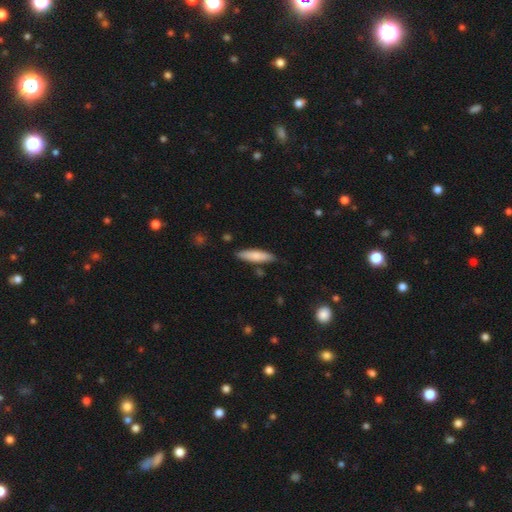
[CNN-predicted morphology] A smooth galaxy with no disk features (78%) that is cigar-shaped (71%).

Vote fractions:
- Smooth or featured? smooth: 78% / featured or disk: 17% / star or artifact: 6%
- How rounded? cigar-shaped: 71% / in between: 27% / round: 1%
- Merging? none: 83% / minor disturbance: 12% / merger: 3% / major disturbance: 2%